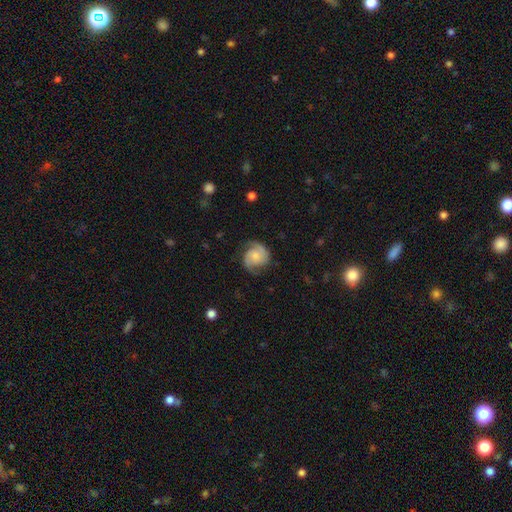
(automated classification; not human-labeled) The model was most divided on "spiral winding": medium: 45%, tight: 36%, loose: 19%. Remaining: edge-on disk — no (98%); spiral arms — yes (95%); spiral arm count — 2 (83%); merging — none (71%); smooth or featured — featured or disk (69%); bar — no (68%); bulge size — small (44%).